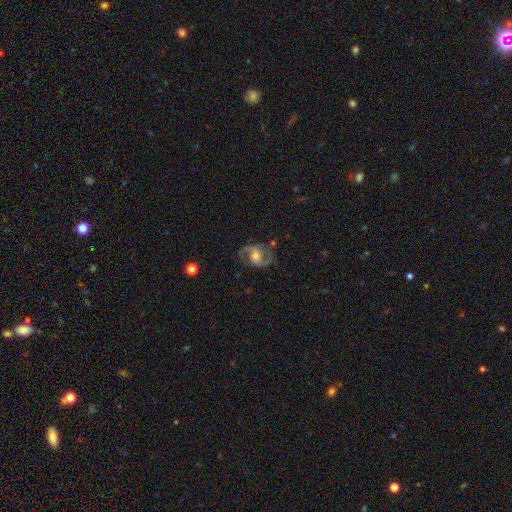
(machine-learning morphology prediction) This is clearly a featured or disk galaxy (87%). It is clearly not viewed edge-on (98%). Bar: possibly no (49%). Spiral arm pattern: clearly yes (96%). Spiral arm count: clearly 2 (92%). Spiral winding: possibly medium (56%). Central bulge: likely moderate (63%). Merging: likely none (76%).